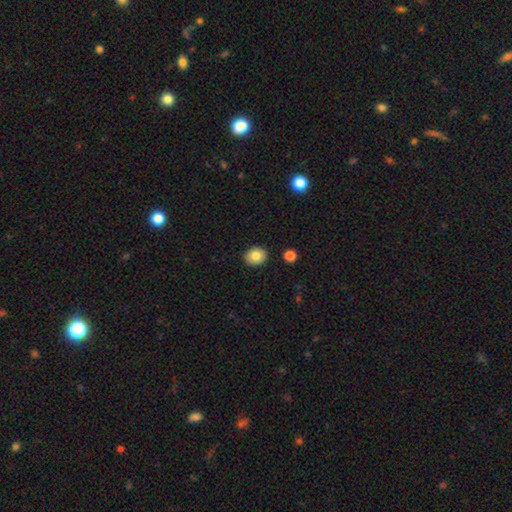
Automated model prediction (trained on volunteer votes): Smooth or featured: smooth — 83% (featured or disk — 9%)
How rounded: round — 56% (in between — 43%)
Merging: none — 89% (minor disturbance — 8%)